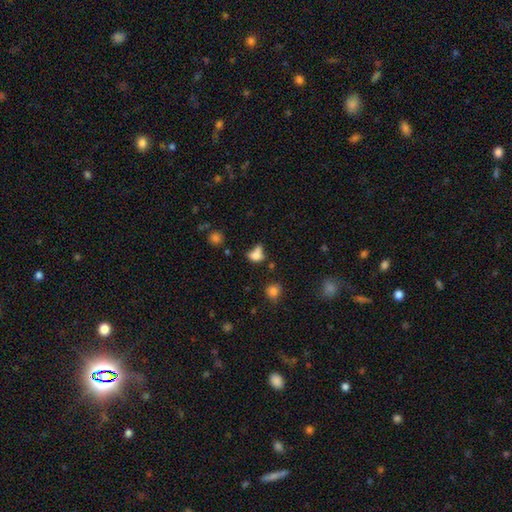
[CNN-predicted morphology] Q: Smooth or featured?
A: smooth (73%); runner-up: featured or disk (14%)
Q: How rounded?
A: in between (59%); runner-up: round (37%)
Q: Merging?
A: merger (35%); runner-up: none (33%)